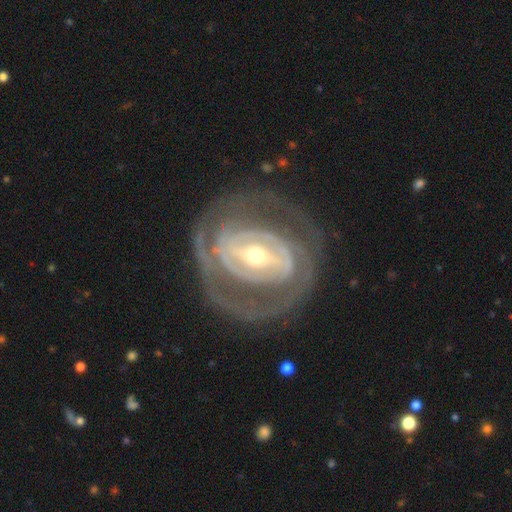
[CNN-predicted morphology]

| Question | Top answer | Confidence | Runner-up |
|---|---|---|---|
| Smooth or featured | featured or disk | 87% | smooth (8%) |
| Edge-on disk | no | 96% | yes (4%) |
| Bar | strong | 52% | weak (32%) |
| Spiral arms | yes | 87% | no (13%) |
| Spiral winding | tight | 72% | medium (22%) |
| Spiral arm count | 2 | 36% | can't tell (33%) |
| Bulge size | small | 48% | moderate (46%) |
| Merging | none | 71% | minor disturbance (15%) |